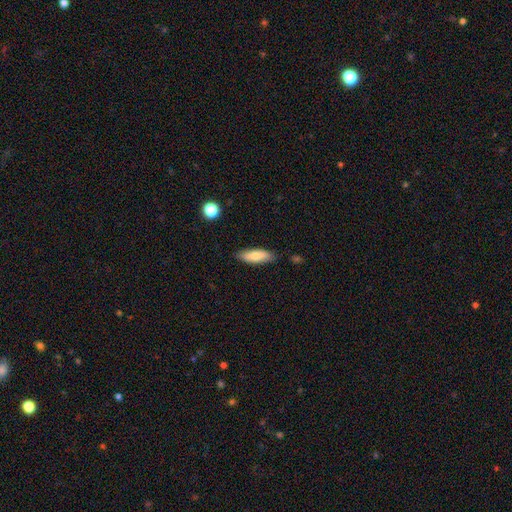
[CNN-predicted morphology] This appears to be a smooth galaxy with no disk features (75%) that is in between round and cigar-shaped (54%). Merging: none (84%).